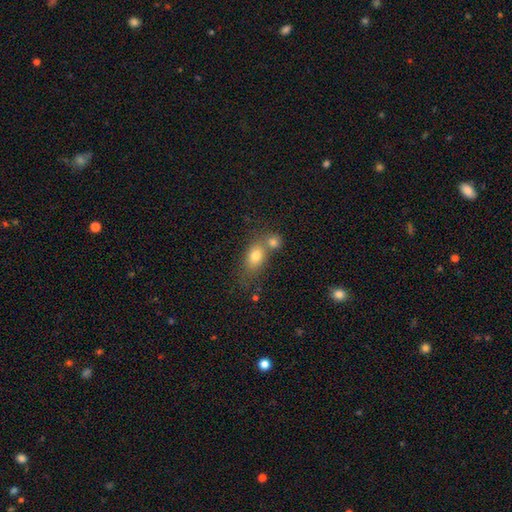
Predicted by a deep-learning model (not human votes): Morphology: type=smooth (77%); roundness=in between (72%); merging=merger (48%).